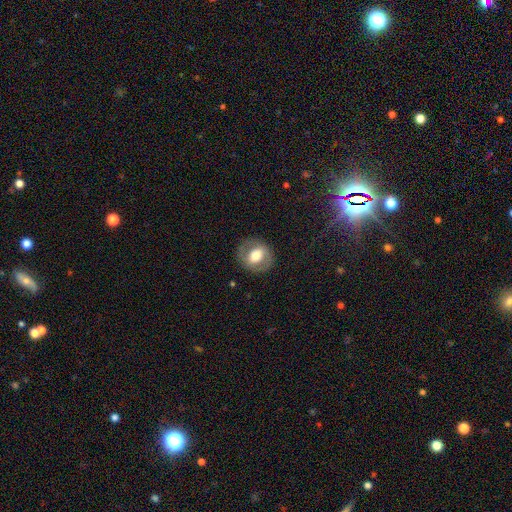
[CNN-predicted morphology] Smooth or featured? smooth (50%)
How rounded? round (72%)
Merging? none (83%)